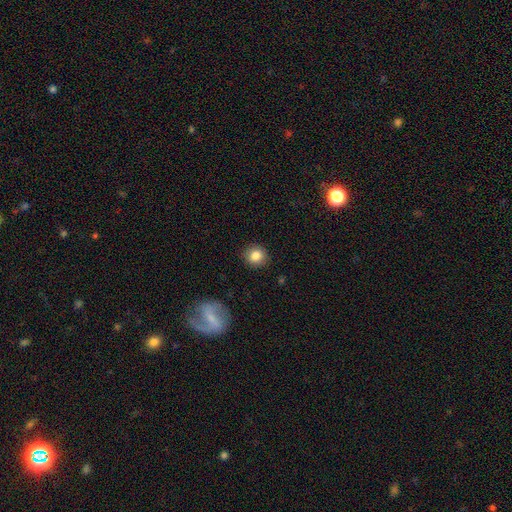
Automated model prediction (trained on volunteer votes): A smooth galaxy with no disk features (84%) that is round (89%).

Vote fractions:
- Smooth or featured? smooth: 84% / star or artifact: 9% / featured or disk: 7%
- How rounded? round: 89% / in between: 10% / cigar-shaped: 1%
- Merging? none: 90% / minor disturbance: 7% / major disturbance: 2% / merger: 1%